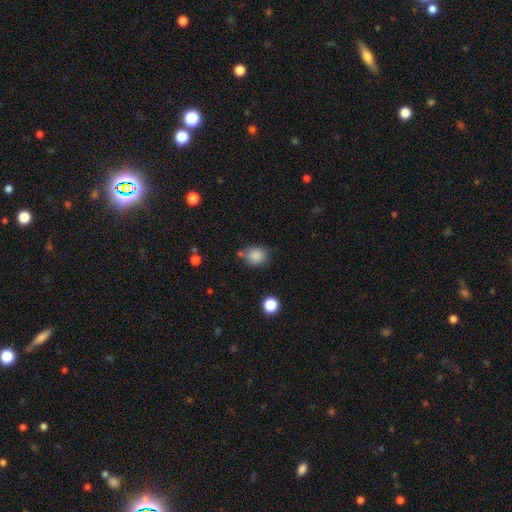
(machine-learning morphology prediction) Overall: smooth (86%). How rounded: round (70%). Merging: none (65%).